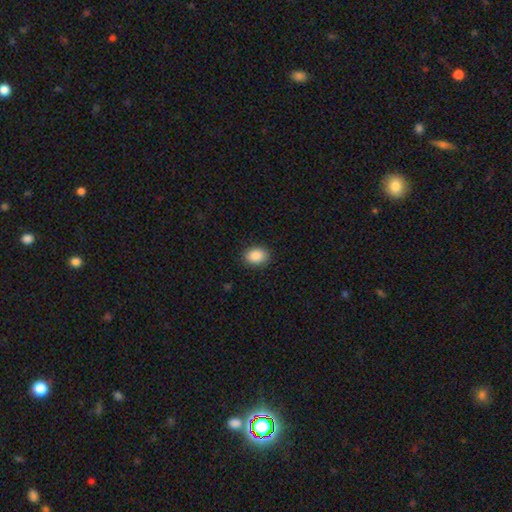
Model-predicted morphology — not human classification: smooth 89%, star or artifact 8%, featured or disk 4%. Down the decision tree: how rounded — in between (72%); merging — none (89%).